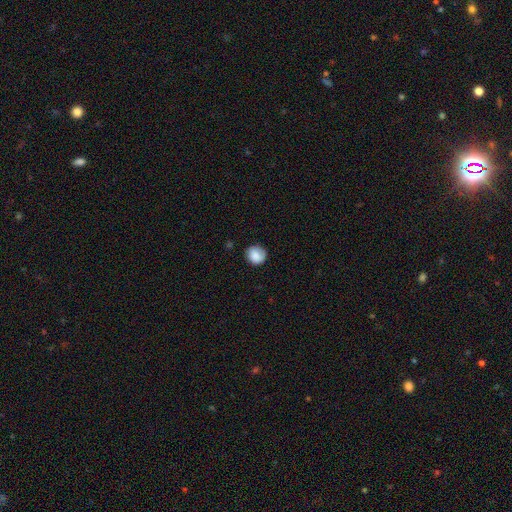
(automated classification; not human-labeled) Overall: smooth (85%). How rounded: round (86%). Merging: none (76%).